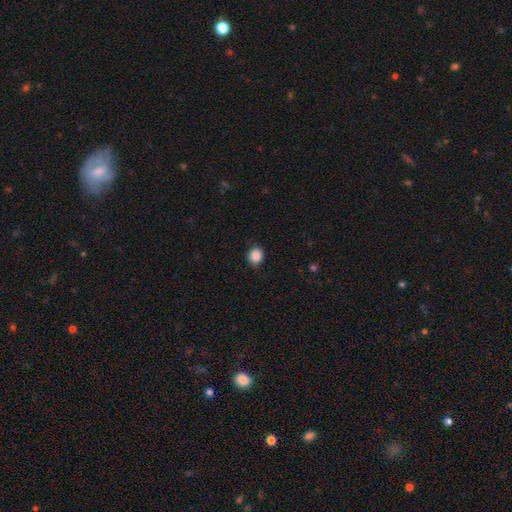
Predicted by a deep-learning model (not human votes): This appears to be a smooth galaxy with no disk features (87%) that is round (85%). Merging: none (88%).